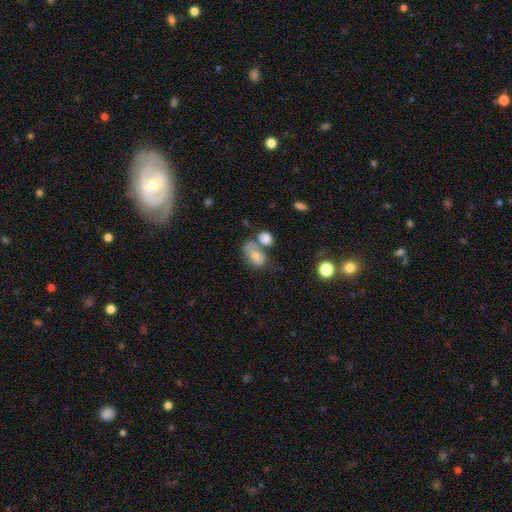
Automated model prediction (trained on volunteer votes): smooth-or-featured: smooth: 70% | featured or disk: 19% | star or artifact: 10%
  how-rounded: in between: 80% | round: 18% | cigar-shaped: 2%
  merging: merger: 40% | none: 35% | minor disturbance: 17% | major disturbance: 9%